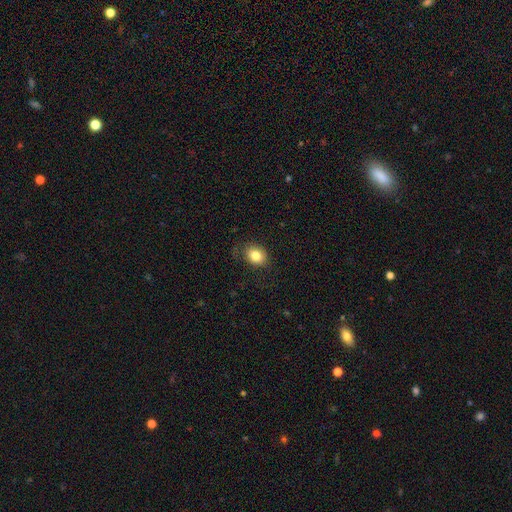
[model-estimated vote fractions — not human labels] This is clearly a smooth galaxy (82%). How rounded: possibly in between (52%). Merging: likely none (78%).